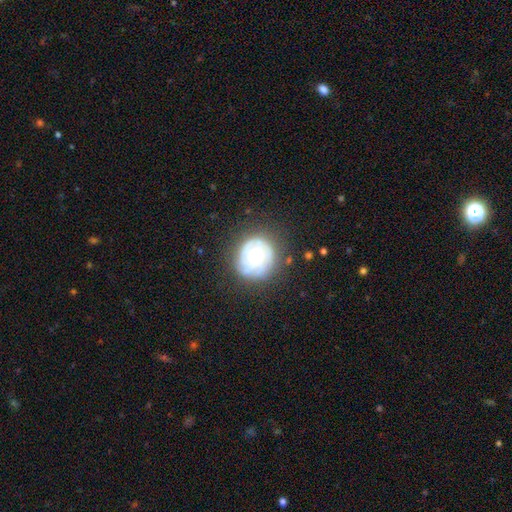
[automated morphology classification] Smooth or featured? featured or disk (63%)
Edge-on disk? no (97%)
Bar? no (81%)
Spiral arms? yes (73%)
Bulge size? moderate (59%)
Merging? none (70%)